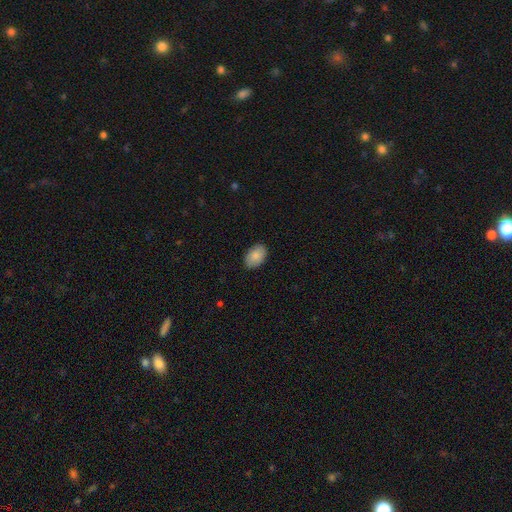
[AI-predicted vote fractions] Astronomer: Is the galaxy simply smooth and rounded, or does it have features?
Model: smooth — 88%.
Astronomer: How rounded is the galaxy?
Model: in between — 90%.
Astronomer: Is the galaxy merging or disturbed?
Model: none — 87%.